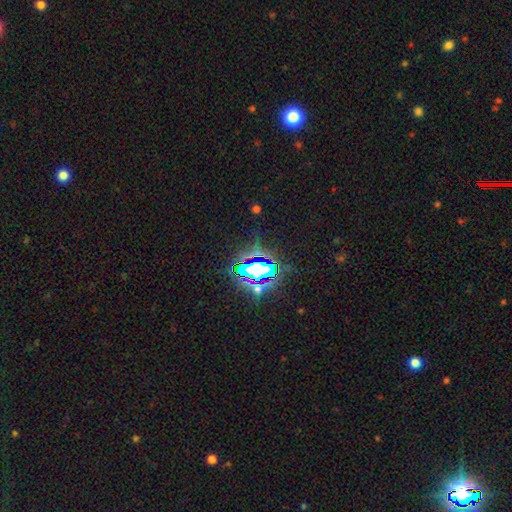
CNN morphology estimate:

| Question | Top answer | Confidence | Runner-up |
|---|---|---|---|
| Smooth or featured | star or artifact | 82% | smooth (11%) |